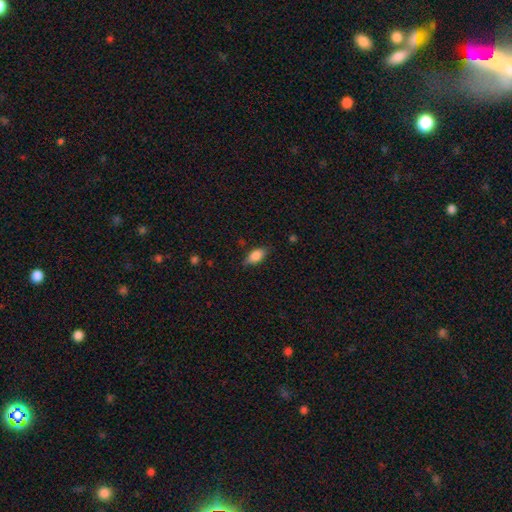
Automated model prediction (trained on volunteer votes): A smooth galaxy with no disk features (83%) that is in between round and cigar-shaped (86%).

Vote fractions:
- Smooth or featured? smooth: 83% / featured or disk: 10% / star or artifact: 7%
- How rounded? in between: 86% / cigar-shaped: 10% / round: 4%
- Merging? none: 79% / minor disturbance: 17% / major disturbance: 3% / merger: 1%